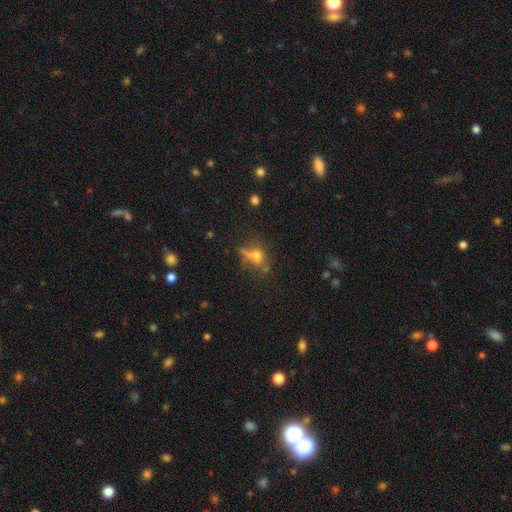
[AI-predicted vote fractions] The model was most divided on "smooth or featured": smooth: 48%, featured or disk: 28%, star or artifact: 24%. Remaining: merging — none (47%).